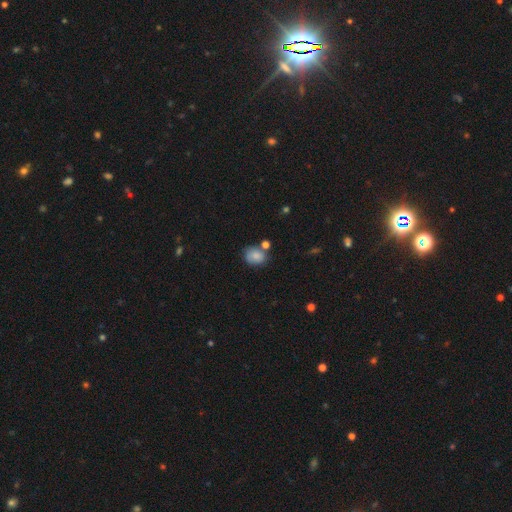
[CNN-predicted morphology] The model was most divided on "how rounded": round: 53%, in between: 46%, cigar-shaped: 1%. More confident: smooth or featured — smooth (79%); merging — none (60%).